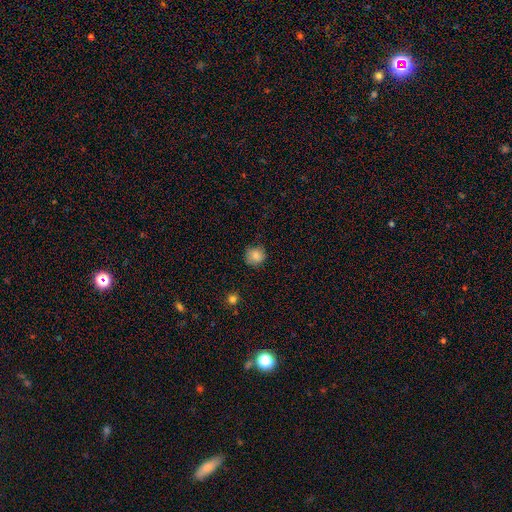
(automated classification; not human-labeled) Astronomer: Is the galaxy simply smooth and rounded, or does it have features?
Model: smooth — 84%.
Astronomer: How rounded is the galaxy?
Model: round — 89%.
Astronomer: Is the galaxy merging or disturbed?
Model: none — 81%.